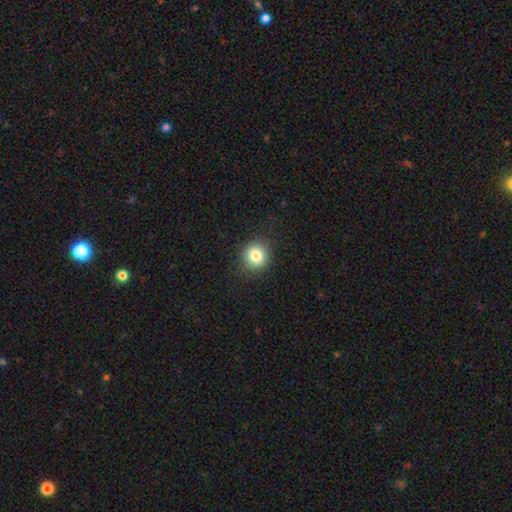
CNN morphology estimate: Overall: smooth (82%). How rounded: round (88%). Merging: none (89%).